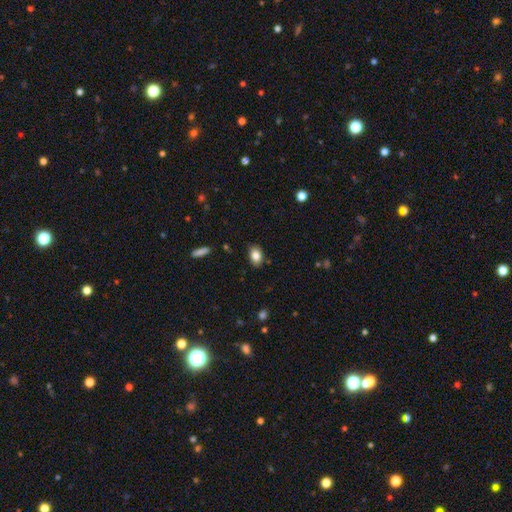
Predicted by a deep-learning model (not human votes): Smooth or featured: smooth — 83% (star or artifact — 8%)
How rounded: in between — 83% (round — 16%)
Merging: none — 86% (minor disturbance — 11%)